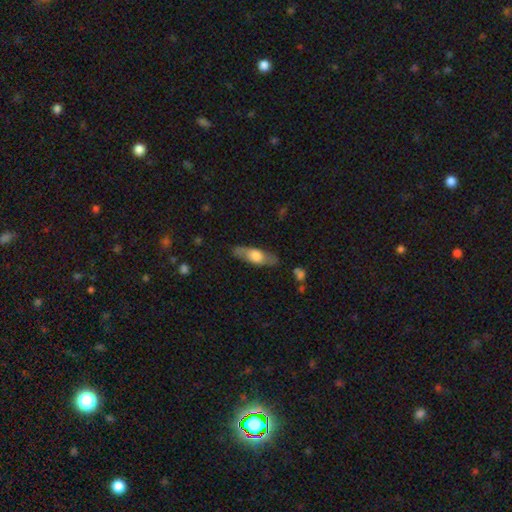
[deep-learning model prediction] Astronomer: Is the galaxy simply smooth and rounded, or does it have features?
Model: smooth — 54% (runner-up: featured or disk, 40%).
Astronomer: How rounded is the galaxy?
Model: in between — 49% (runner-up: cigar-shaped, 48%).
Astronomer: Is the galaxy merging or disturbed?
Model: none — 78%.